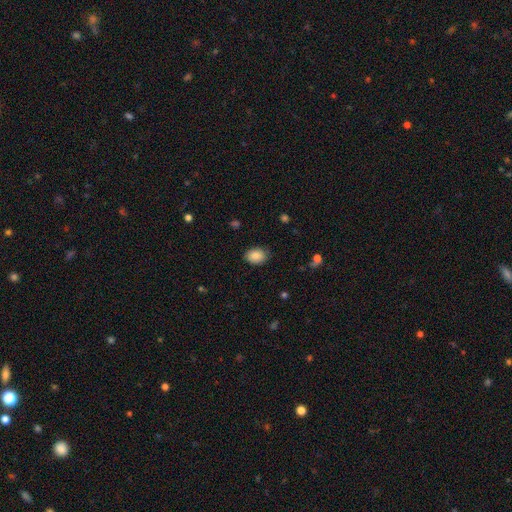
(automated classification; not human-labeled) Smooth or featured?
  - smooth: 87% *
  - star or artifact: 8%
  - featured or disk: 6%
How rounded?
  - in between: 74% *
  - round: 25%
  - cigar-shaped: 1%
Merging?
  - none: 80% *
  - minor disturbance: 15%
  - major disturbance: 3%
  - merger: 1%